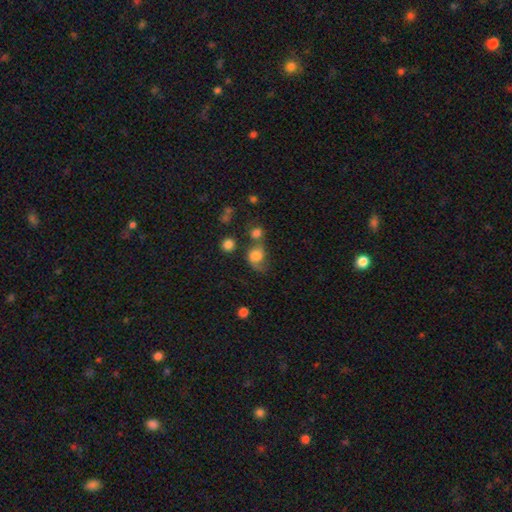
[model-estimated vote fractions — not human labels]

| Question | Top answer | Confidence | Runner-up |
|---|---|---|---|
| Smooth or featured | smooth | 69% | featured or disk (19%) |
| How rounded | round | 68% | in between (31%) |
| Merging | none | 35% | merger (27%) |